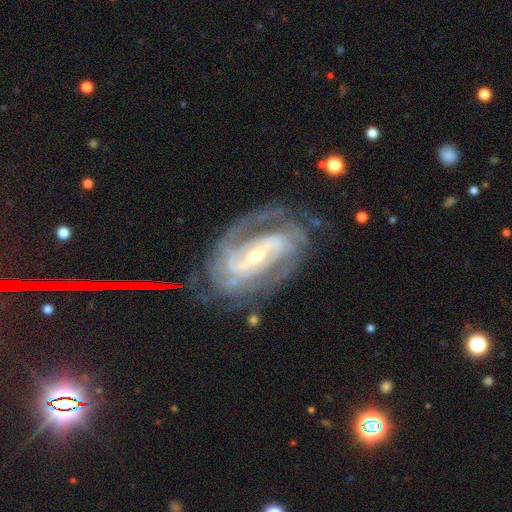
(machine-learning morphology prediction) This appears to be a featured or disk galaxy (90%) with a strong bar (52%), 2 (41%) tight (57%) spiral arms (96%) and a small central bulge (61%). Merging: none (71%).